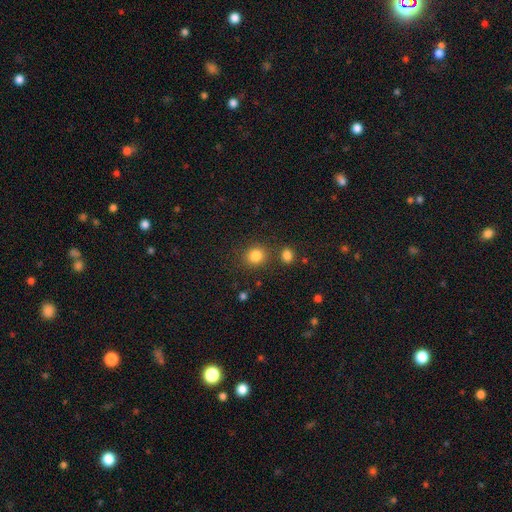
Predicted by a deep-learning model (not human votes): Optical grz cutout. It shows a smooth galaxy with no disk features (84%) that is round (82%). Merging: none (81%).